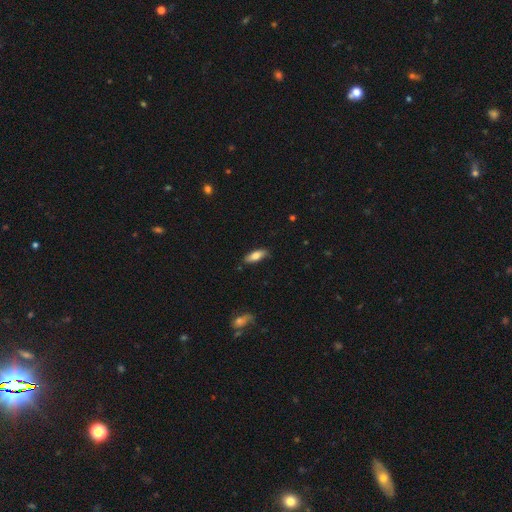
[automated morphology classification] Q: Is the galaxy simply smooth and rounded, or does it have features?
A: smooth — 78%.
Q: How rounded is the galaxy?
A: in between — 69%.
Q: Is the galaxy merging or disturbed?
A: none — 85%.